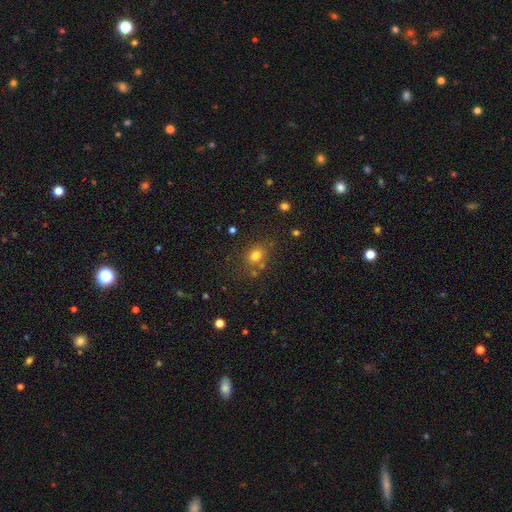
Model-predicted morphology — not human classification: Smooth or featured? smooth (75%)
How rounded? round (61%)
Merging? none (73%)